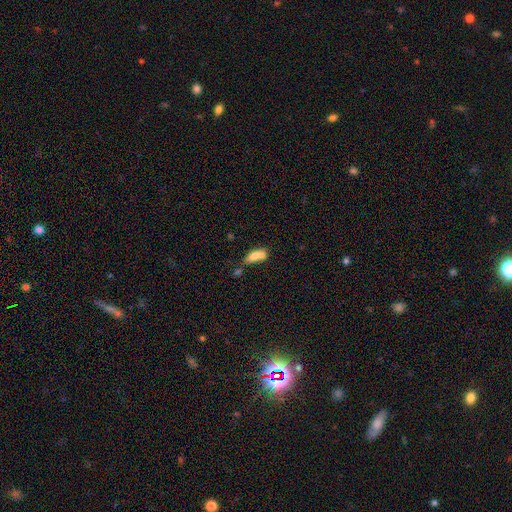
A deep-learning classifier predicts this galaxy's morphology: The model was most divided on "merging": merger: 43%, none: 27%, minor disturbance: 19%, major disturbance: 12%. More confident: how rounded — in between (72%); smooth or featured — smooth (71%).